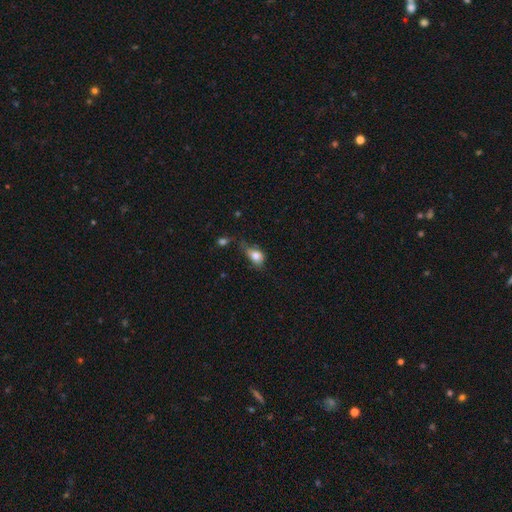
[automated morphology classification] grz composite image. It shows a smooth galaxy with no disk features (77%) that is in between round and cigar-shaped (76%). Merging: minor disturbance (34%).